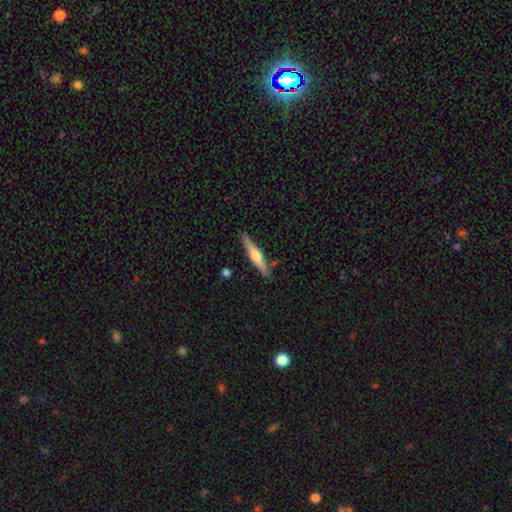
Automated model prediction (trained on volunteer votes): Morphology: type=featured or disk (57%); edge-on=yes (96%); edge-on bulge=rounded (89%); merging=none (87%).